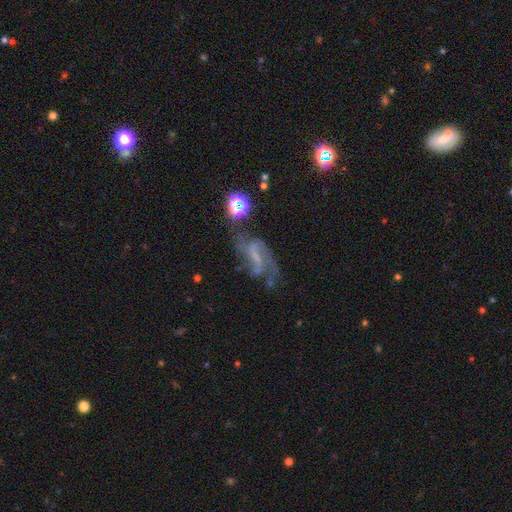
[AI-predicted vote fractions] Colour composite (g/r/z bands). It shows a featured or disk galaxy (73%) with a weak bar (42%), 2 (54%) medium (42%) spiral arms (86%) and no central bulge (49%). Merging: none (48%).